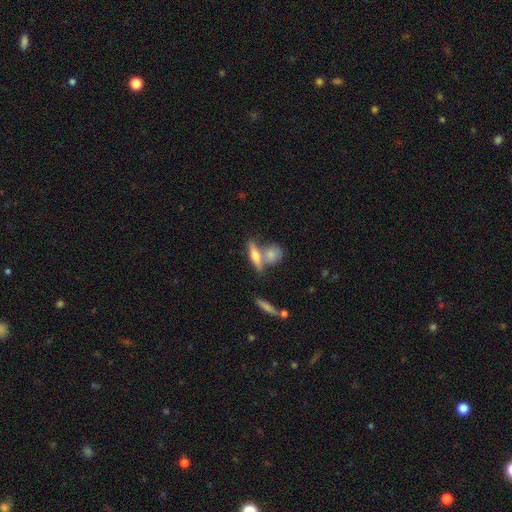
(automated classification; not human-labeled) smooth-or-featured: smooth: 52% | featured or disk: 40% | star or artifact: 8%
  how-rounded: cigar-shaped: 58% | in between: 36% | round: 7%
  merging: none: 54% | merger: 31% | minor disturbance: 11% | major disturbance: 4%